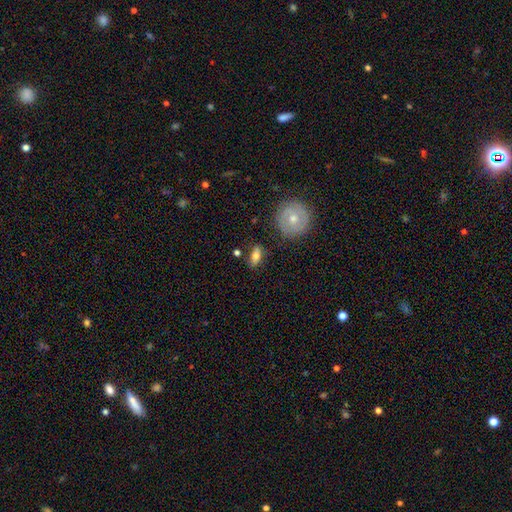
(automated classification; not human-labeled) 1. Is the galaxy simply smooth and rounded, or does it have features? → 68% smooth, 24% featured or disk, 7% star or artifact.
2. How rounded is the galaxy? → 77% in between, 14% cigar-shaped, 10% round.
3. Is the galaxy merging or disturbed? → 78% none, 14% minor disturbance, 5% merger, 4% major disturbance.